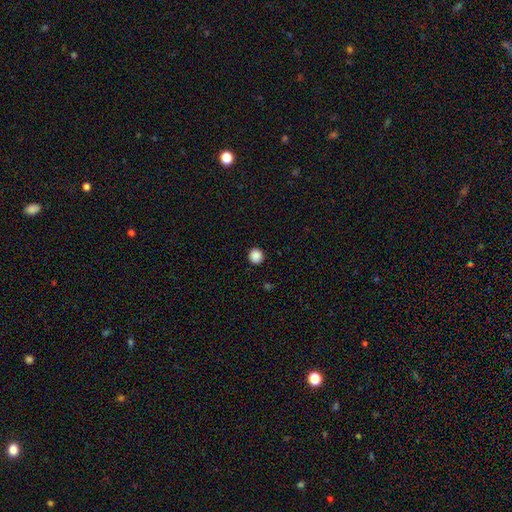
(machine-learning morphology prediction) This appears to be a smooth galaxy with no disk features (88%) that is round (92%). Merging: none (92%).